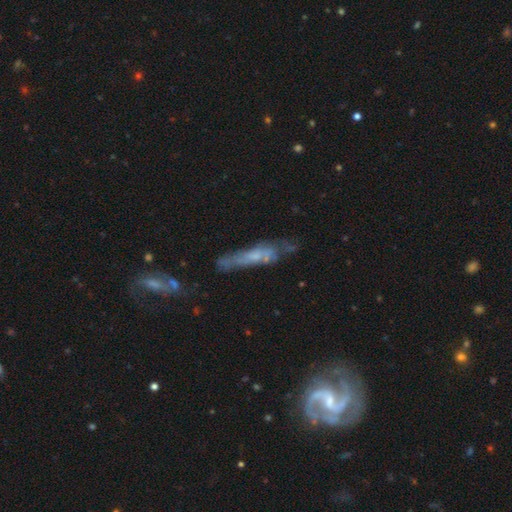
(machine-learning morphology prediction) featured or disk 53%, smooth 37%, star or artifact 10%. Down the decision tree: edge-on disk — no (52%); merging — none (47%).